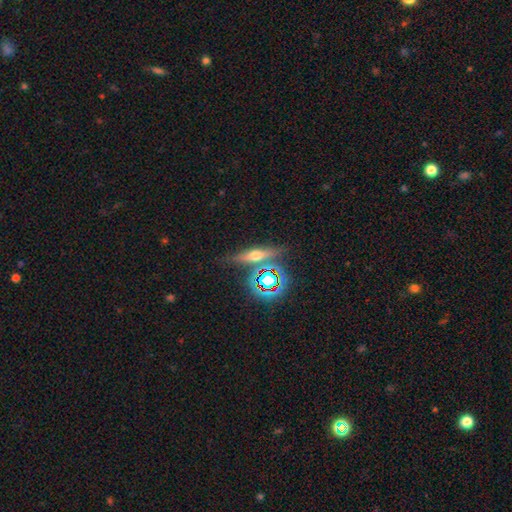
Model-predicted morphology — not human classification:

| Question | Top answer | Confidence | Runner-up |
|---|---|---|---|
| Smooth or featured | smooth | 38% | featured or disk (36%) |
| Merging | none | 77% | minor disturbance (12%) |